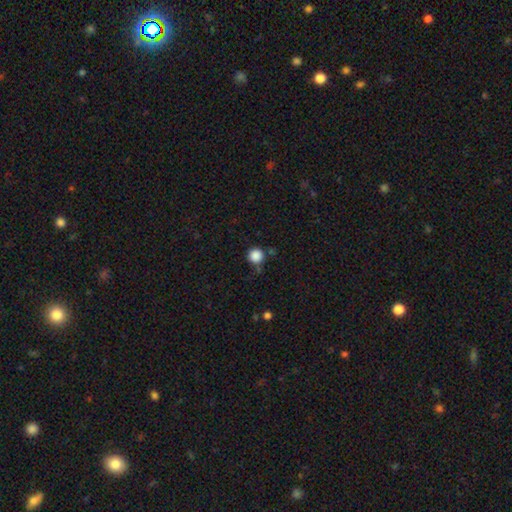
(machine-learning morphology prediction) Smooth or featured? Predicted: smooth (p=0.87). How rounded? Predicted: round (p=0.94). Merging? Predicted: none (p=0.77).